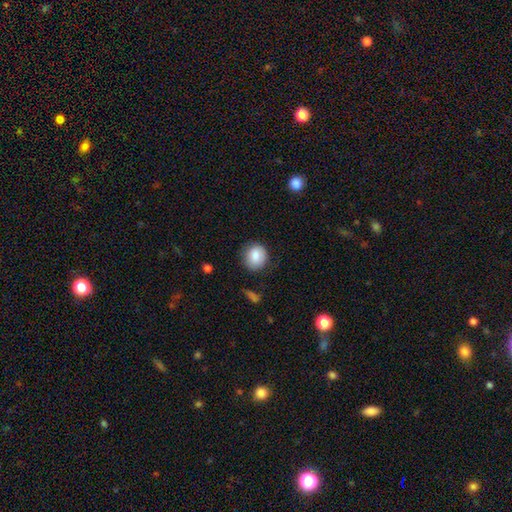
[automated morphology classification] Smooth or featured? smooth (86%)
How rounded? round (82%)
Merging? none (81%)